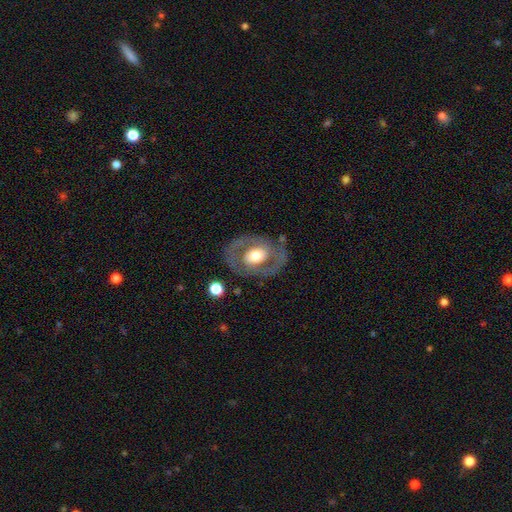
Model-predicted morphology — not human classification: Overall: featured or disk (66%; smooth 29%). Edge-on disk: no (95%). Bar: no (65%). Spiral arms: no (52%; yes 48%). Bulge size: moderate (52%; large 37%). Merging: none (76%).